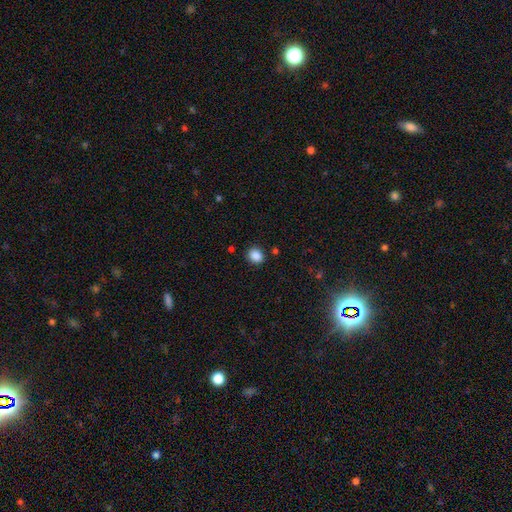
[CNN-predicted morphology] Overall: smooth (87%). How rounded: round (73%). Merging: none (87%).